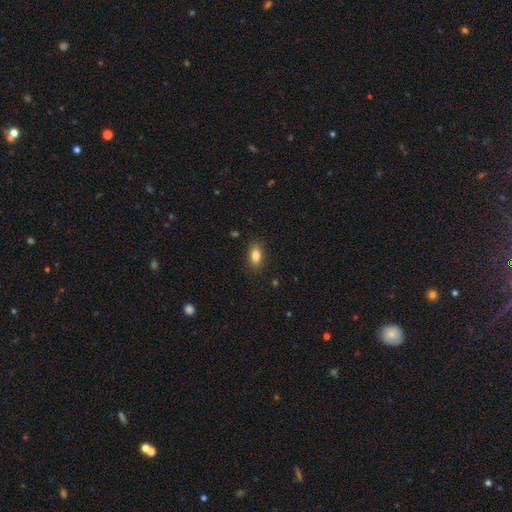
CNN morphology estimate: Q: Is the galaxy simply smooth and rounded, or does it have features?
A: smooth — 83%.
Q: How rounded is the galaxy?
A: in between — 86%.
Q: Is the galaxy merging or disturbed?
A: none — 86%.